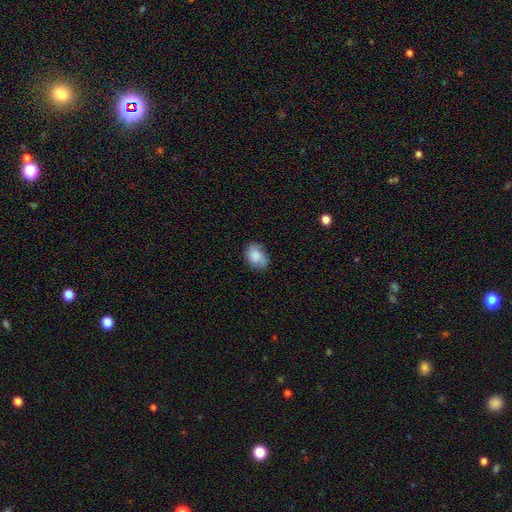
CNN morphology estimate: Smooth or featured: smooth — 79% (featured or disk — 13%)
How rounded: in between — 77% (round — 22%)
Merging: none — 66% (minor disturbance — 27%)